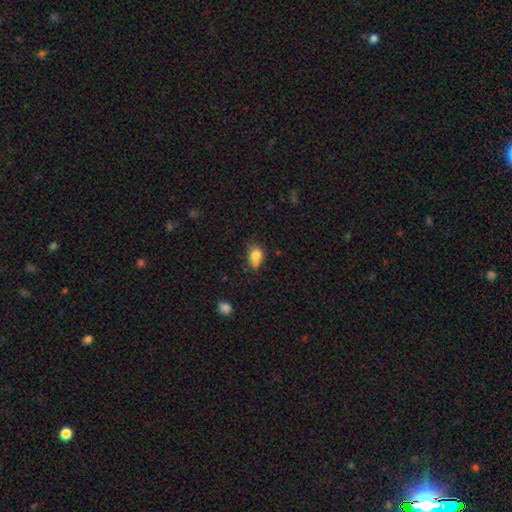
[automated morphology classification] Q: Smooth or featured?
A: smooth (79%); runner-up: featured or disk (11%)
Q: How rounded?
A: round (49%); tied with: in between (49%)
Q: Merging?
A: none (42%); runner-up: minor disturbance (25%)